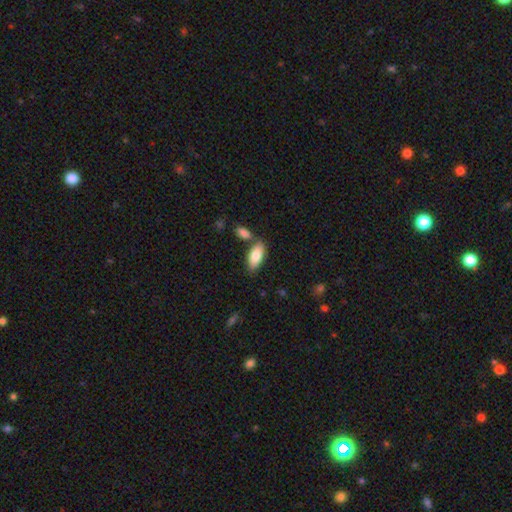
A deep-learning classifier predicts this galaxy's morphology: Smooth or featured? smooth (83%)
How rounded? in between (87%)
Merging? none (69%)